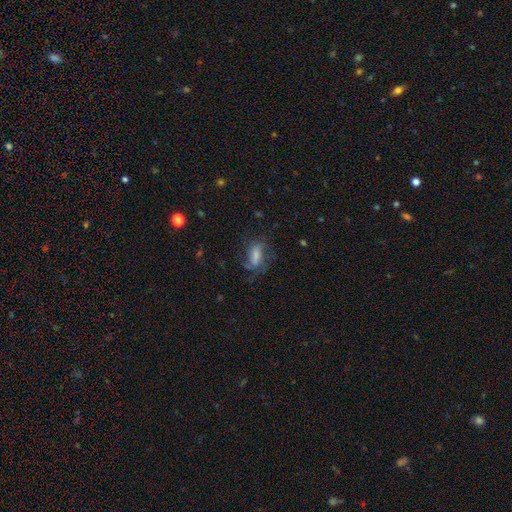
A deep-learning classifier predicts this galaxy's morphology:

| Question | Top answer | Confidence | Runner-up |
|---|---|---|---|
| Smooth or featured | featured or disk | 49% | smooth (40%) |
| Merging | none | 52% | major disturbance (24%) |